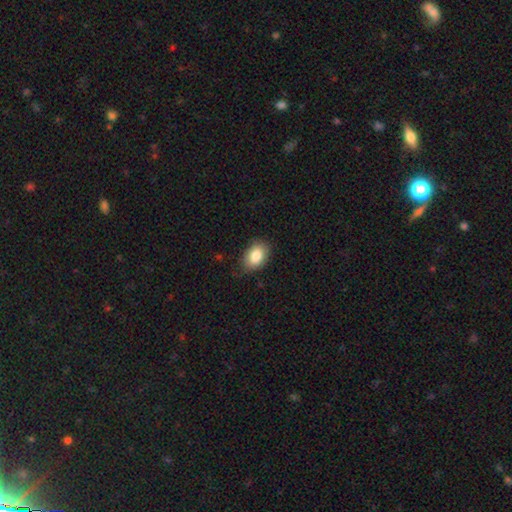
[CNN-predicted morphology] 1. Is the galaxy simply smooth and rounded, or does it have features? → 85% smooth, 8% featured or disk, 7% star or artifact.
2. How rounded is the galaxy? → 87% in between, 12% round, 1% cigar-shaped.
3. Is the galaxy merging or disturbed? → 77% none, 19% minor disturbance, 3% major disturbance, 1% merger.